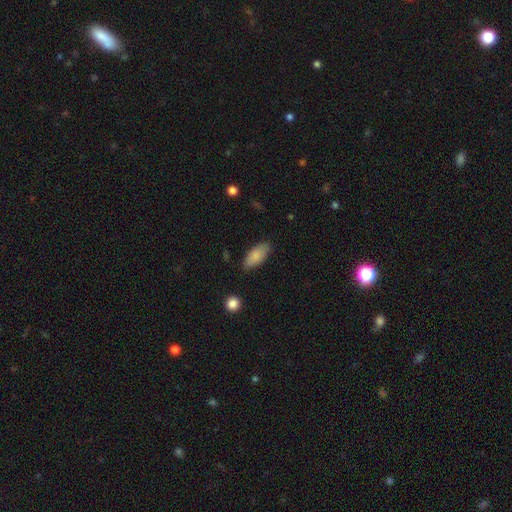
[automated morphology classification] The model was most divided on "merging": none: 81%, minor disturbance: 15%, major disturbance: 3%, merger: 1%. More confident: how rounded — in between (85%); smooth or featured — smooth (84%).